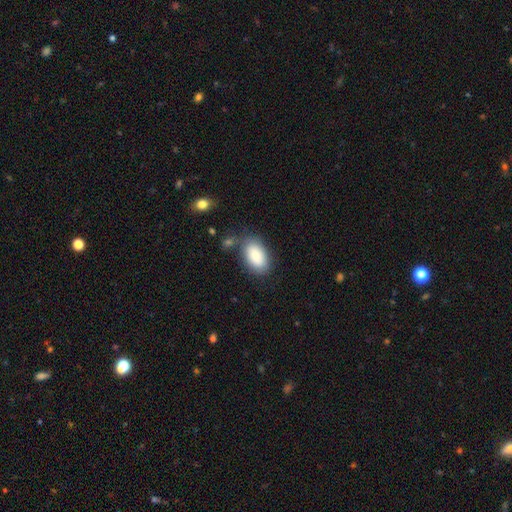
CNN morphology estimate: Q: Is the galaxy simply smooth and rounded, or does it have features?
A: smooth — 87%.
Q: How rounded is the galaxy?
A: in between — 94%.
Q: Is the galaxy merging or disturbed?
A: none — 67%.